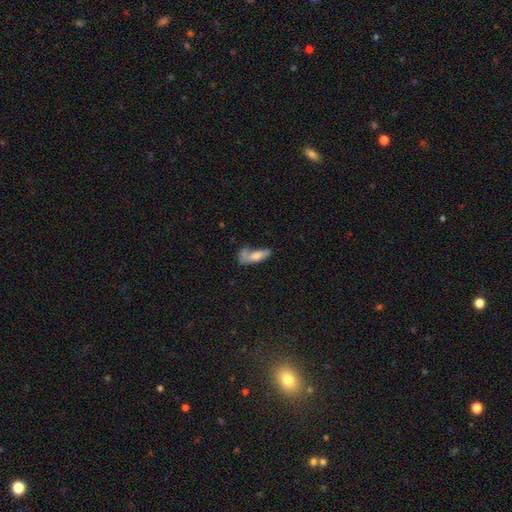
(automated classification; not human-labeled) smooth 71%, featured or disk 20%, star or artifact 9%. Down the decision tree: how rounded — in between (66%); merging — none (30%).